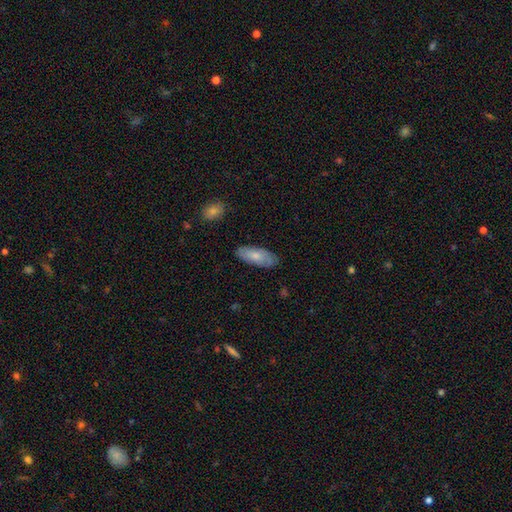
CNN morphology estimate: This appears to be a smooth galaxy with no disk features (65%) that is in between round and cigar-shaped (82%). Merging: none (82%).